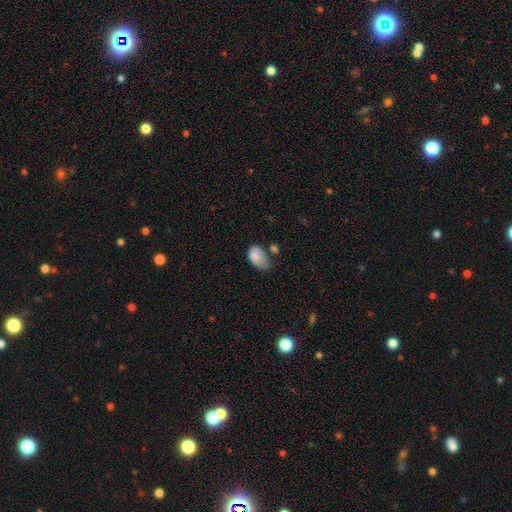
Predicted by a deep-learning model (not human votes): This appears to be a smooth galaxy with no disk features (80%) that is in between round and cigar-shaped (87%). Merging: minor disturbance (39%).